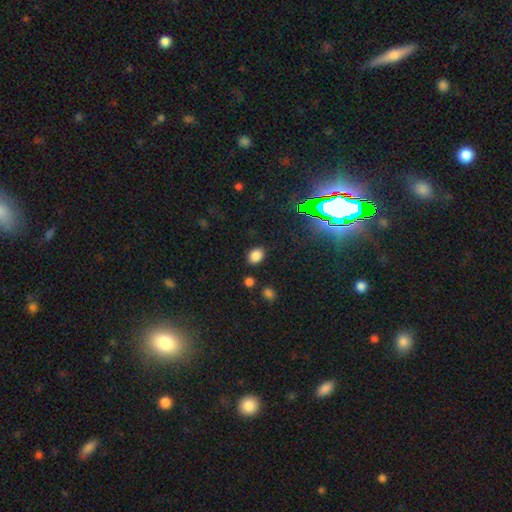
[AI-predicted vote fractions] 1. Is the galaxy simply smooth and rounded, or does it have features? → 81% smooth, 14% star or artifact, 5% featured or disk.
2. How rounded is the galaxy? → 67% in between, 32% round, 1% cigar-shaped.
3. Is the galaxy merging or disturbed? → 82% none, 11% minor disturbance, 3% major disturbance, 3% merger.